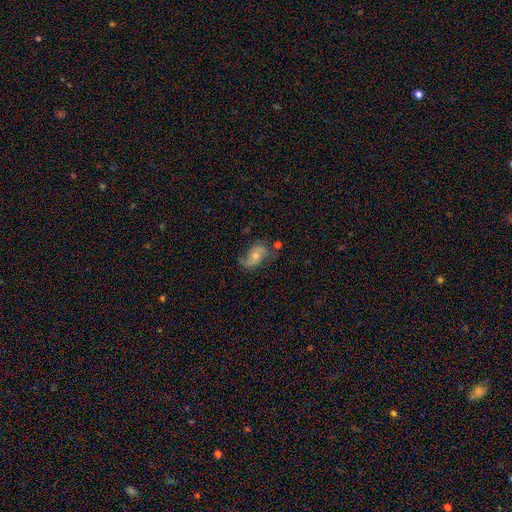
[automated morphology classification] This appears to be a featured or disk galaxy (72%) with no bar (63%), 2 (84%) loose (60%) spiral arms (92%) and a moderate central bulge (48%). Merging: none (58%).